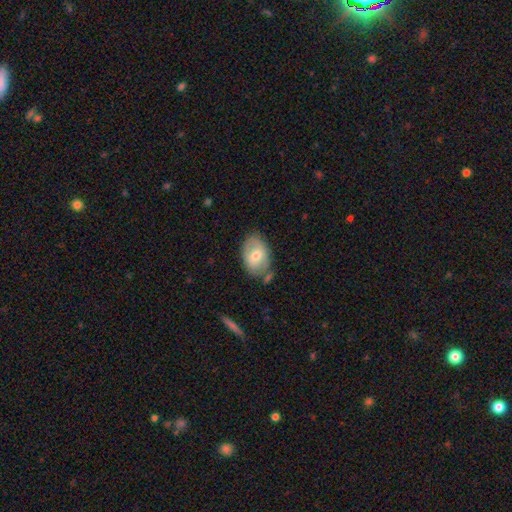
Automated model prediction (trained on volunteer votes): Smooth or featured: smooth — 65% (featured or disk — 29%)
How rounded: in between — 85% (round — 14%)
Merging: none — 66% (minor disturbance — 21%)